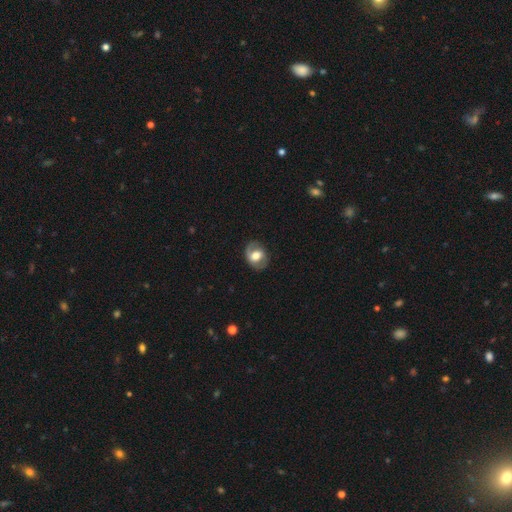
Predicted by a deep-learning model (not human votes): A featured or disk galaxy (52%). Merging: none (78%).